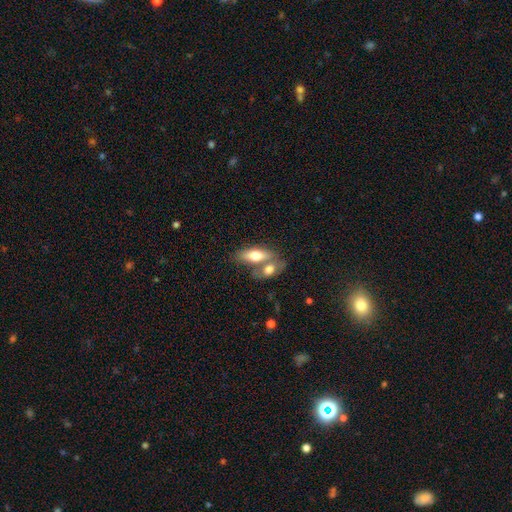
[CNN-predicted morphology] The model was most divided on "merging": merger: 53%, none: 34%, minor disturbance: 9%, major disturbance: 4%. More confident: how rounded — in between (77%); smooth or featured — smooth (67%).